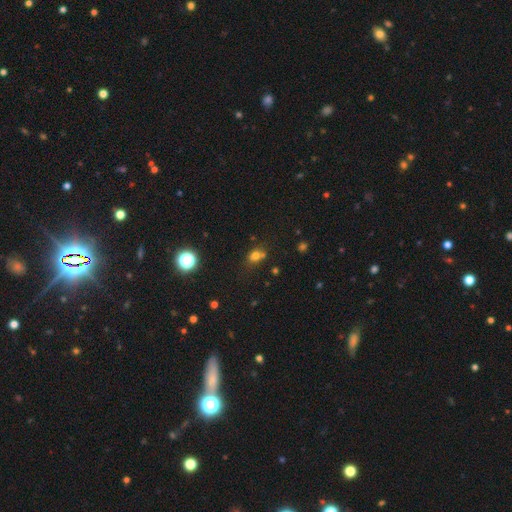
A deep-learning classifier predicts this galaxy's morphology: This appears to be a smooth galaxy with no disk features (69%) that is round (52%). Merging: none (53%).